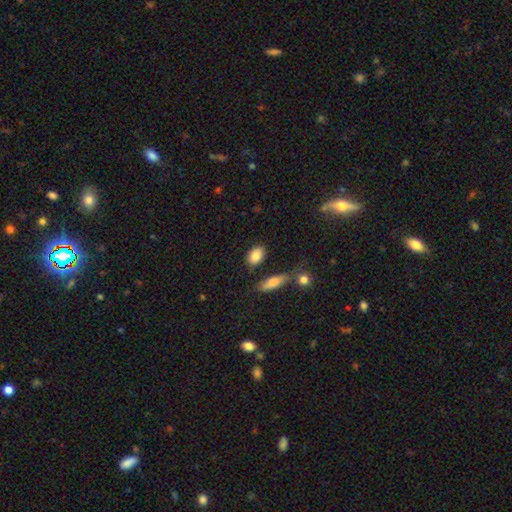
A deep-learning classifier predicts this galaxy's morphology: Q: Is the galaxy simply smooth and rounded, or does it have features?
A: smooth — 86%.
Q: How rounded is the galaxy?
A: in between — 85%.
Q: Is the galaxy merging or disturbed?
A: none — 79%.